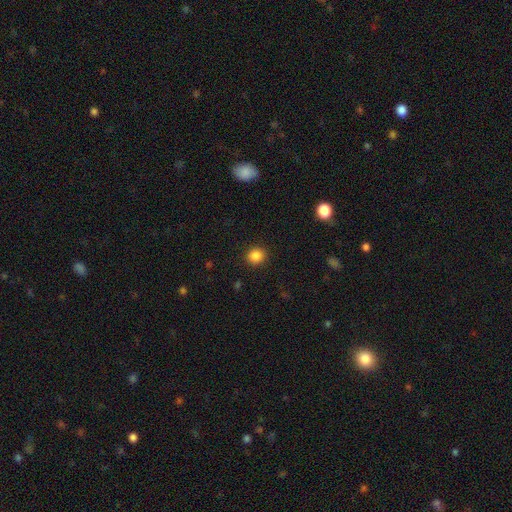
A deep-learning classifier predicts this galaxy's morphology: Smooth or featured?
  - smooth: 86% *
  - star or artifact: 11%
  - featured or disk: 4%
How rounded?
  - round: 86% *
  - in between: 13%
  - cigar-shaped: 1%
Merging?
  - none: 91% *
  - minor disturbance: 6%
  - major disturbance: 2%
  - merger: 1%